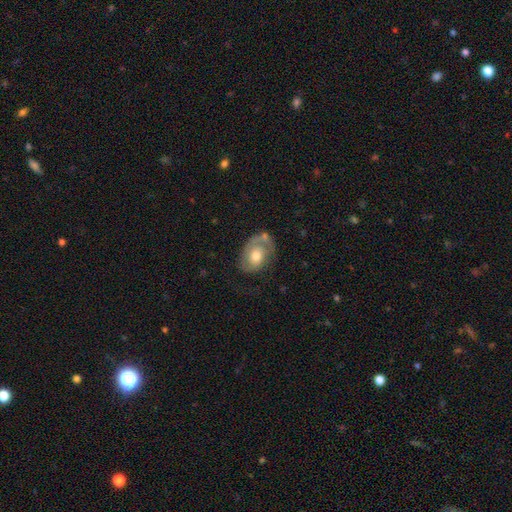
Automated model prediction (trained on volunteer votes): A featured or disk galaxy (53%) with no bar (80%), spiral arms (70%) and a moderate central bulge (66%). Merging: none (47%).